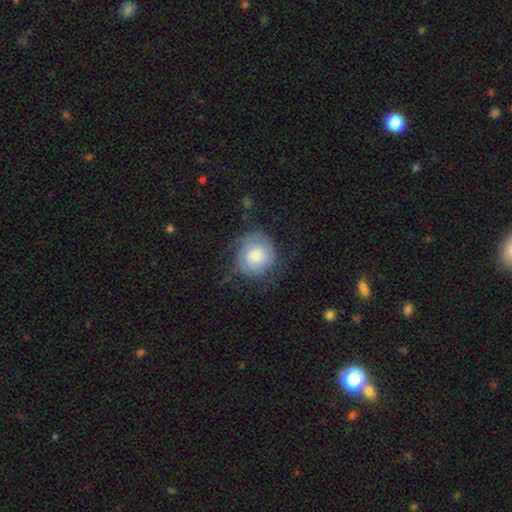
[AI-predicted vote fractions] Smooth or featured: smooth — 57% (featured or disk — 35%)
How rounded: round — 86% (in between — 14%)
Merging: none — 64% (minor disturbance — 24%)